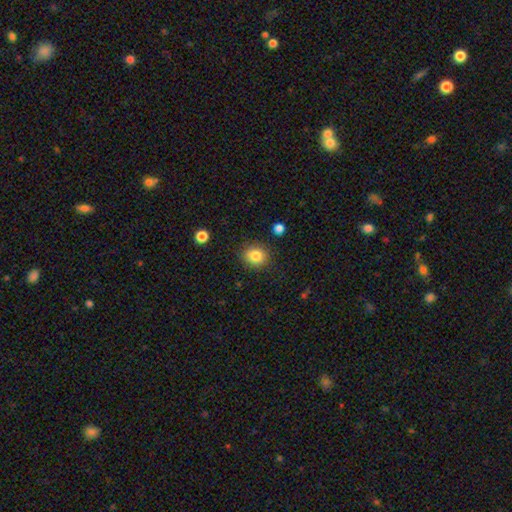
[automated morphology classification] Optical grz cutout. It shows a smooth galaxy with no disk features (83%) that is round (74%). Merging: none (85%).